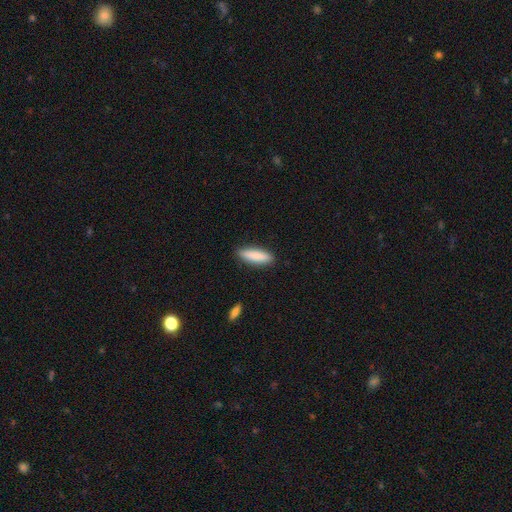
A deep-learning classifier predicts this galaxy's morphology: Overall: smooth (87%). How rounded: cigar-shaped (60%; in between 39%). Merging: none (89%).